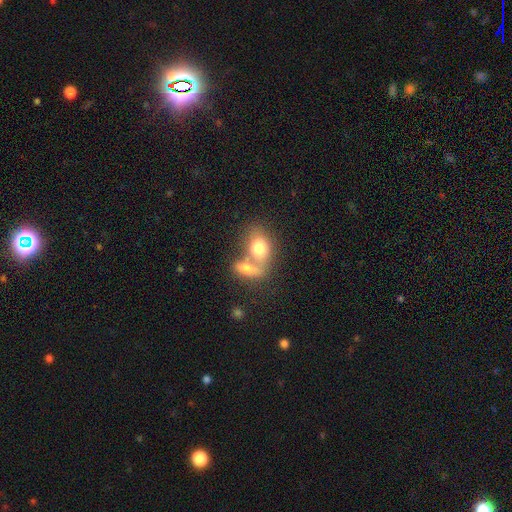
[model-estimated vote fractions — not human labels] This is likely a smooth galaxy (63%). How rounded: likely in between (65%). Merging: likely merger (69%).